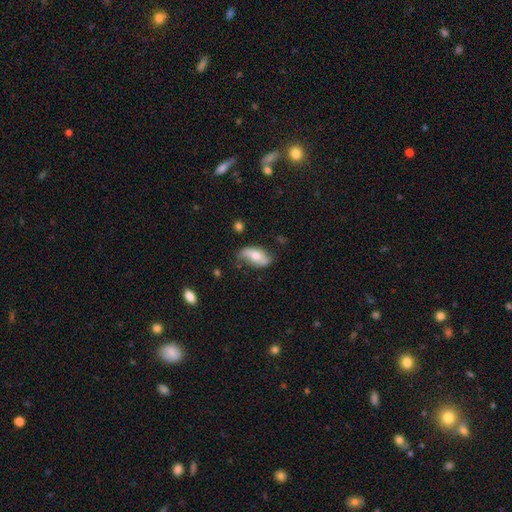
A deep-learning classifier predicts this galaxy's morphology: A smooth galaxy with no disk features (48%). Merging: none (58%).